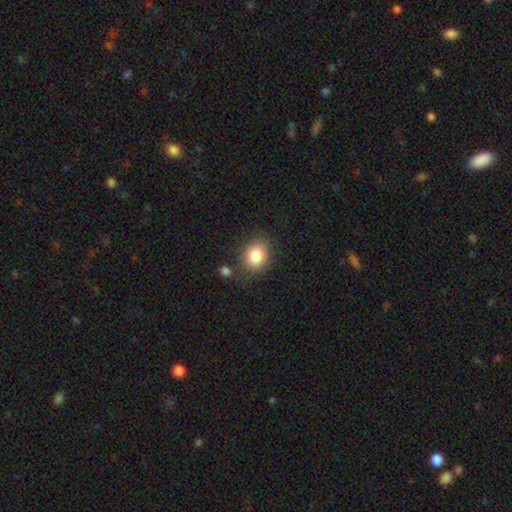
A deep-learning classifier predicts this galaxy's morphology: Smooth or featured? smooth (84%)
How rounded? round (52%)
Merging? none (77%)